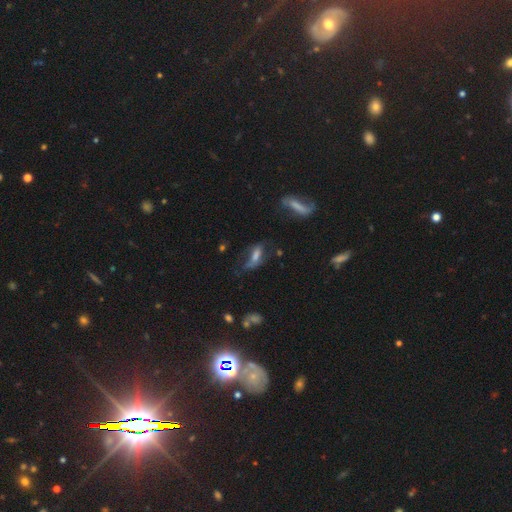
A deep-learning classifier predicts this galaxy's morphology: This is marginally a featured or disk galaxy (43%). Merging: marginally none (40%).